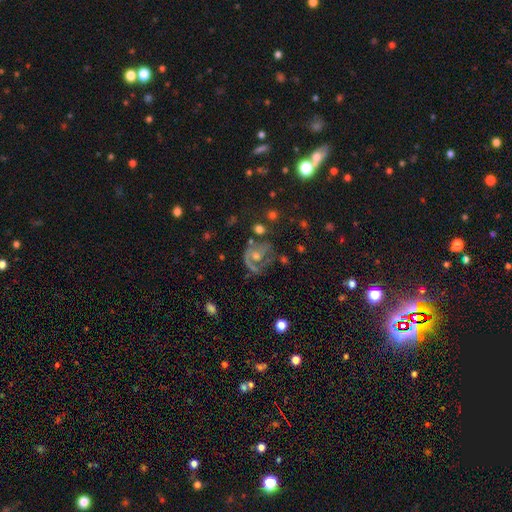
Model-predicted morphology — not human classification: smooth_or_featured: featured or disk (p=0.64) [alt: smooth p=0.20]
disk_edge_on: no (p=0.97) [alt: yes p=0.03]
bar: no (p=0.69) [alt: weak p=0.24]
has_spiral_arms: yes (p=0.72) [alt: no p=0.28]
bulge_size: moderate (p=0.57) [alt: small p=0.31]
merging: none (p=0.49) [alt: major disturbance p=0.24]